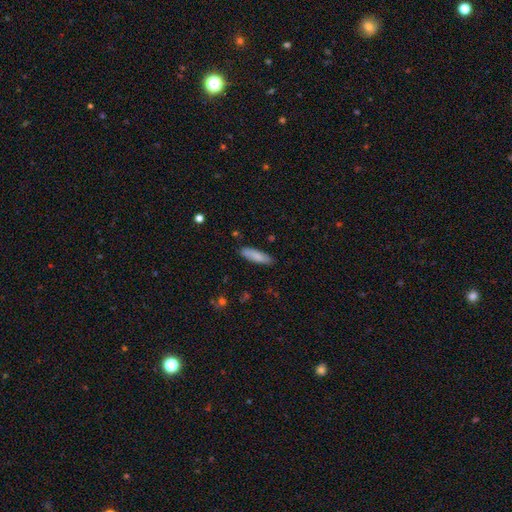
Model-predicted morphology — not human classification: smooth-or-featured: smooth: 84% | featured or disk: 11% | star or artifact: 6%
  how-rounded: cigar-shaped: 61% | in between: 37% | round: 1%
  merging: none: 85% | minor disturbance: 12% | major disturbance: 2% | merger: 2%